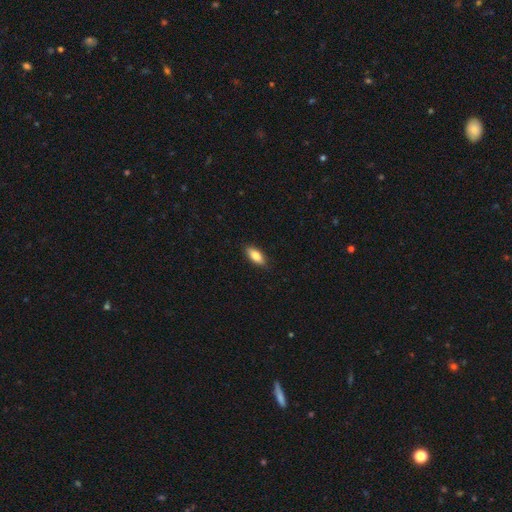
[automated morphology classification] Overall: smooth (83%). How rounded: in between (84%). Merging: none (88%).